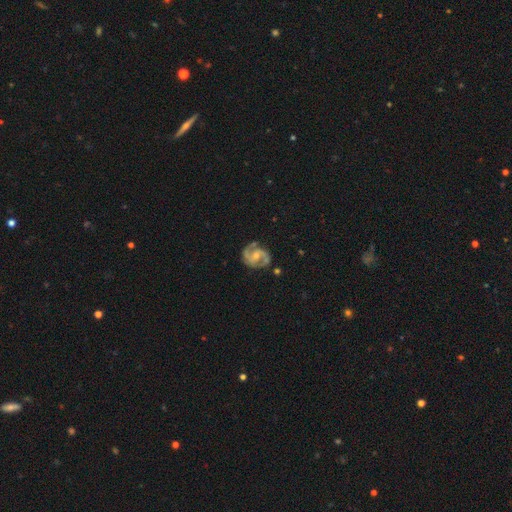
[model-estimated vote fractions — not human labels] smooth-or-featured: featured or disk: 91% | smooth: 5% | star or artifact: 5%
  disk-edge-on: no: 98% | yes: 2%
    bar: no: 47% | weak: 39% | strong: 14%
    has-spiral-arms: yes: 98% | no: 2%
      spiral-winding: medium: 59% | tight: 29% | loose: 12%
      spiral-arm-count: 2: 91% | 3: 3% | can't tell: 2% | 1: 1% | 4: 1% | more than 4: 1%
    bulge-size: small: 52% | moderate: 42% | none: 4% | large: 2% | dominant: 1%
  merging: none: 76% | minor disturbance: 17% | major disturbance: 5% | merger: 3%